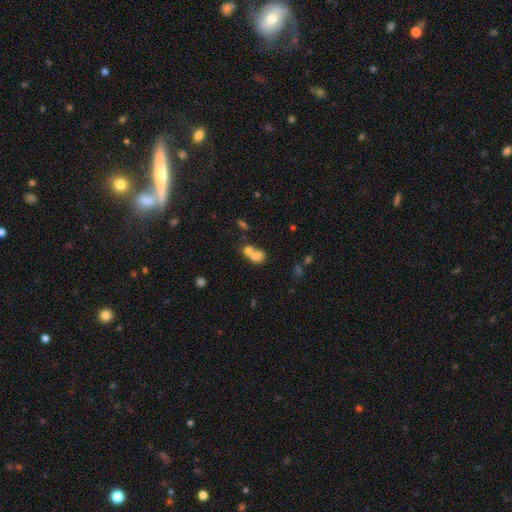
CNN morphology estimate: Smooth or featured? Predicted: smooth (p=0.74). How rounded? Predicted: in between (p=0.51). Merging? Predicted: merger (p=0.66).